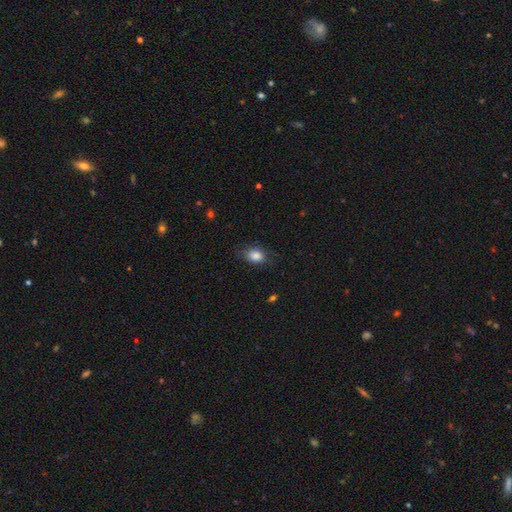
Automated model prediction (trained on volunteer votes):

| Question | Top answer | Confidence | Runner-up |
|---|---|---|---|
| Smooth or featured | smooth | 84% | star or artifact (9%) |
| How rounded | in between | 68% | round (31%) |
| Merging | none | 71% | minor disturbance (21%) |